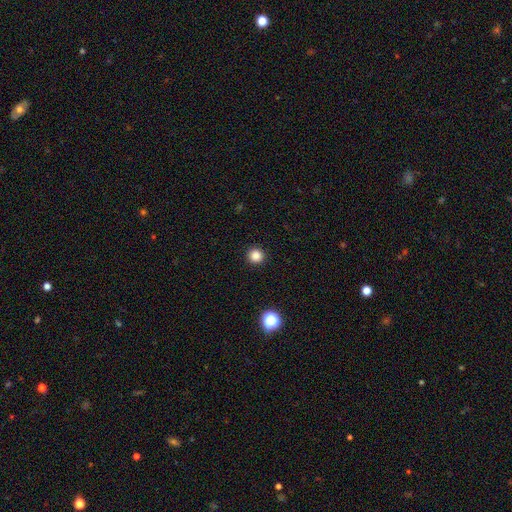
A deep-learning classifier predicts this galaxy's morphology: smooth 84%, star or artifact 12%, featured or disk 3%. Down the decision tree: how rounded — round (95%); merging — none (93%).